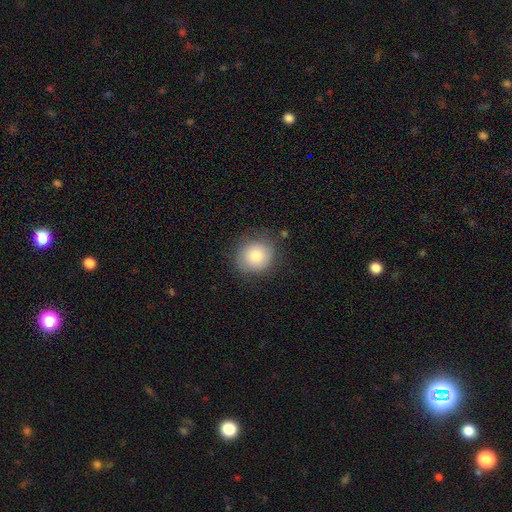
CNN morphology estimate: Overall: smooth (80%). How rounded: round (87%). Merging: none (82%).